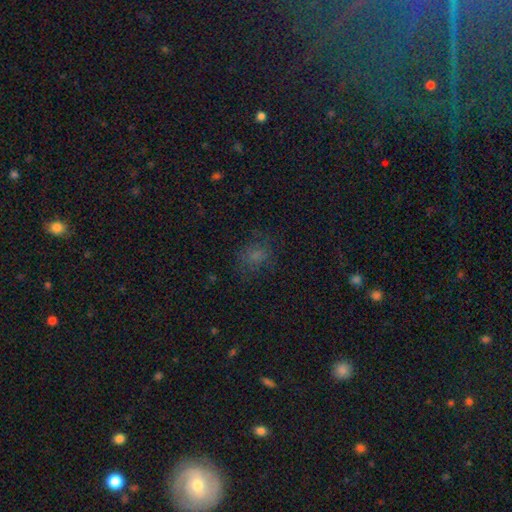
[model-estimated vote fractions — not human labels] Q: Smooth or featured?
A: smooth (64%); runner-up: star or artifact (24%)
Q: How rounded?
A: round (58%); runner-up: in between (41%)
Q: Merging?
A: none (68%); runner-up: minor disturbance (19%)